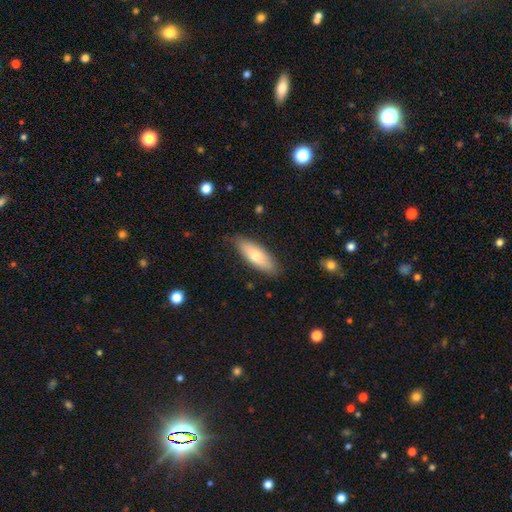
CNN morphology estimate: The model was most divided on "how rounded": in between: 61%, cigar-shaped: 37%, round: 2%. More confident: merging — none (81%); smooth or featured — smooth (74%).